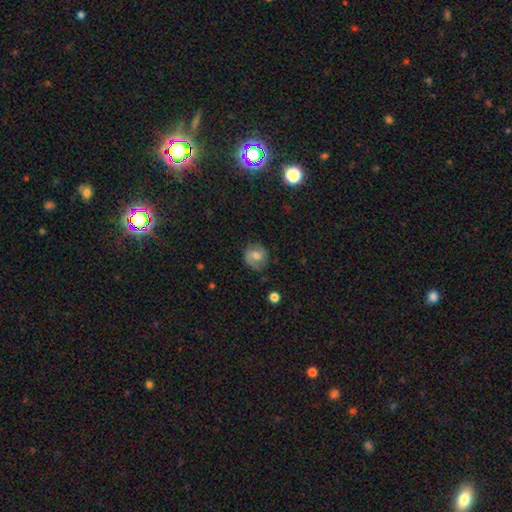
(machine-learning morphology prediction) A smooth galaxy with no disk features (53%) that is round (78%). Merging: none (73%).